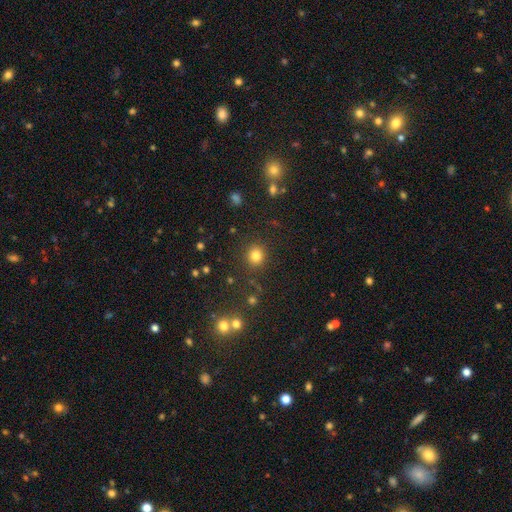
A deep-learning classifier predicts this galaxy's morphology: Q: Smooth or featured?
A: smooth (81%); runner-up: star or artifact (14%)
Q: How rounded?
A: round (88%); runner-up: in between (11%)
Q: Merging?
A: none (87%); runner-up: minor disturbance (7%)